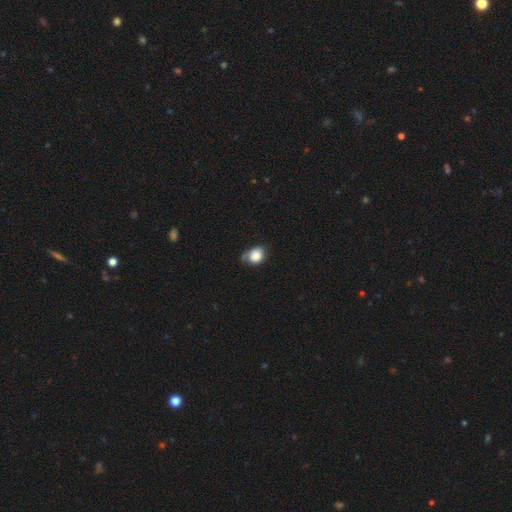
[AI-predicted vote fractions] This appears to be a smooth galaxy with no disk features (82%) that is round (52%). Merging: none (45%).